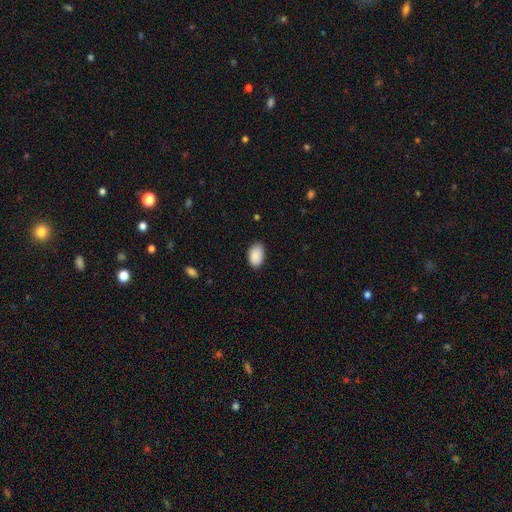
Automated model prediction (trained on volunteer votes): smooth 90%, star or artifact 6%, featured or disk 4%. Down the decision tree: how rounded — in between (92%); merging — none (81%).